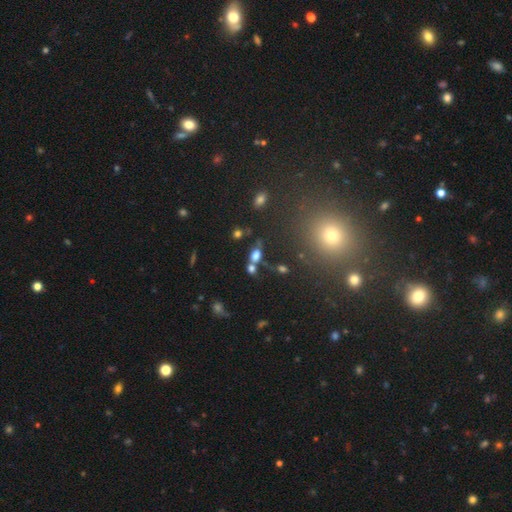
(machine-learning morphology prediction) Q: Smooth or featured?
A: smooth (67%); runner-up: star or artifact (17%)
Q: How rounded?
A: in between (75%); runner-up: round (17%)
Q: Merging?
A: none (46%); runner-up: merger (34%)